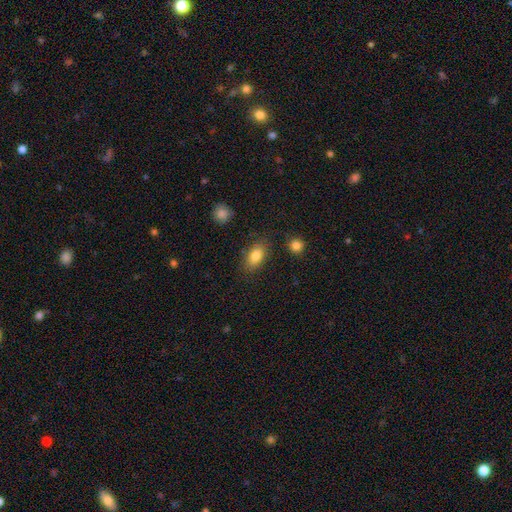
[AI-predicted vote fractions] This is clearly a smooth galaxy (83%). How rounded: clearly in between (87%). Merging: clearly none (81%).